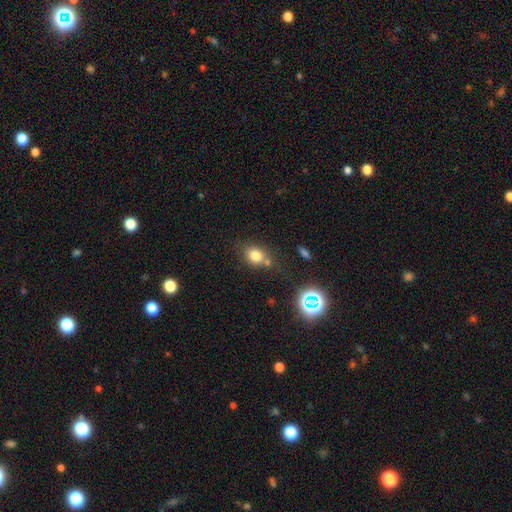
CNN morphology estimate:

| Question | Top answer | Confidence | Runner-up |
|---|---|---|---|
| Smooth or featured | smooth | 77% | star or artifact (14%) |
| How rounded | round | 55% | in between (44%) |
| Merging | none | 58% | merger (21%) |